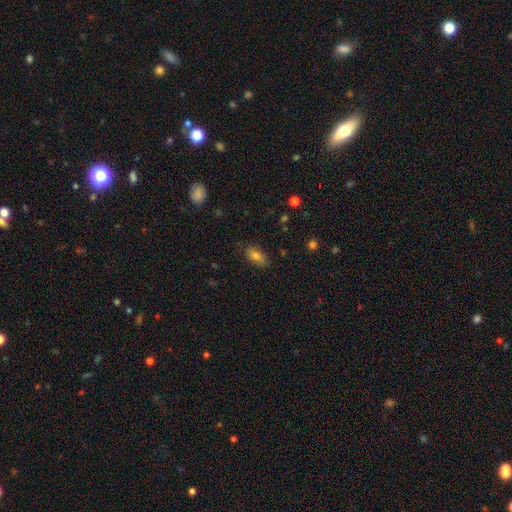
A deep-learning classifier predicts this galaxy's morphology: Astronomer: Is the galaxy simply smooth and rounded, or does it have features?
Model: smooth — 77%.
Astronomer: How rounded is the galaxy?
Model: in between — 89%.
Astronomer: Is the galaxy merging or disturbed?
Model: none — 81%.